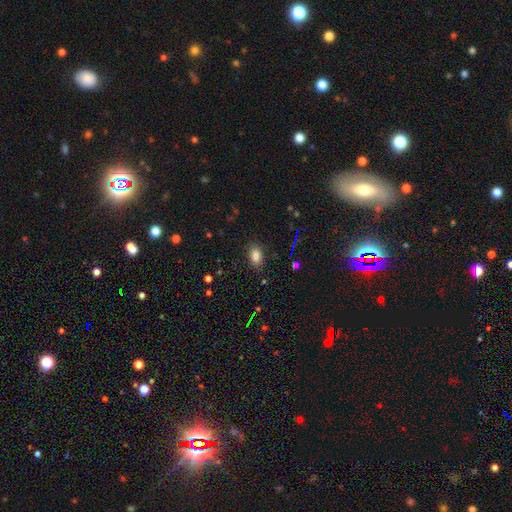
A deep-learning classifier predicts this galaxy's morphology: The model was most divided on "smooth or featured": smooth: 83%, star or artifact: 11%, featured or disk: 6%. More confident: how rounded — in between (87%); merging — none (85%).